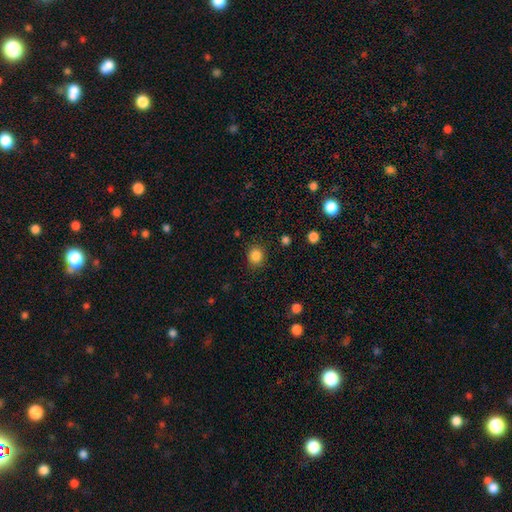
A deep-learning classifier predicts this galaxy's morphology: Overall: smooth (86%). How rounded: round (80%). Merging: none (86%).